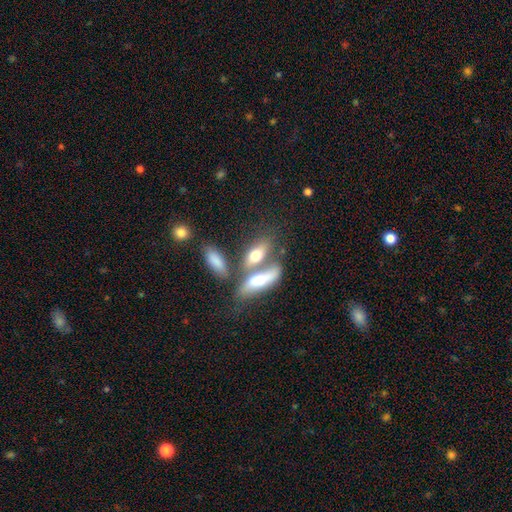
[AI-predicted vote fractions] Morphology: type=smooth (65%); roundness=in between (70%); merging=merger (51%).